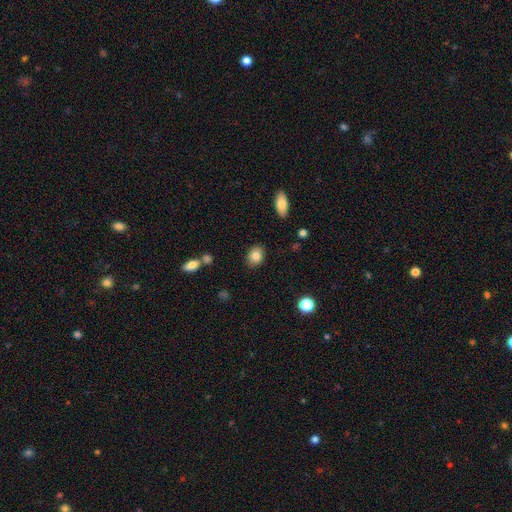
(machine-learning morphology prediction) type=smooth (85%); roundness=in between (62%); merging=none (86%).